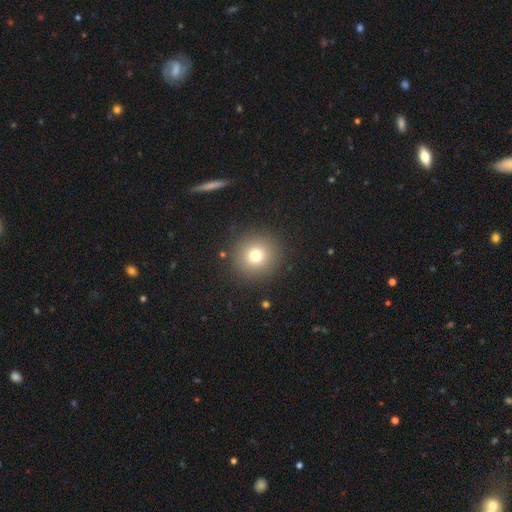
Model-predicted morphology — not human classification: Smooth or featured: smooth — 75% (star or artifact — 14%)
How rounded: round — 94% (in between — 5%)
Merging: none — 90% (minor disturbance — 6%)